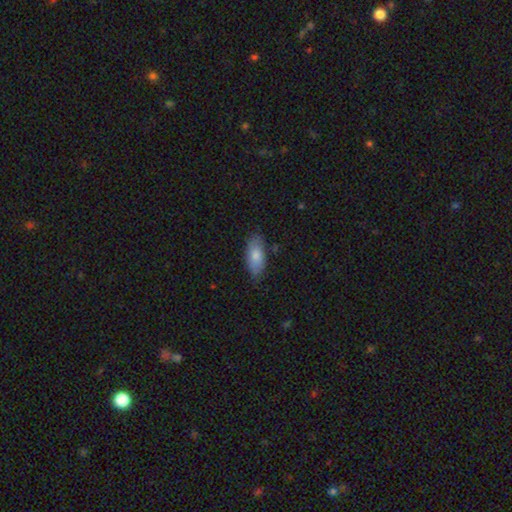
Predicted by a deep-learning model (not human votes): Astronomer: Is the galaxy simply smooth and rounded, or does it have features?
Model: smooth — 79%.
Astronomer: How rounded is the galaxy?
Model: in between — 87%.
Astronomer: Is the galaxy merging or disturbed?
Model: none — 79%.